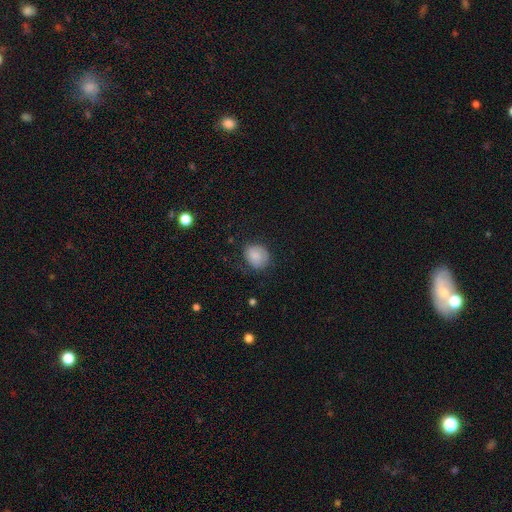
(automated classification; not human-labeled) Smooth or featured?
  - smooth: 82% *
  - featured or disk: 10%
  - star or artifact: 8%
How rounded?
  - round: 65% *
  - in between: 34%
  - cigar-shaped: 1%
Merging?
  - none: 70% *
  - minor disturbance: 22%
  - major disturbance: 7%
  - merger: 1%